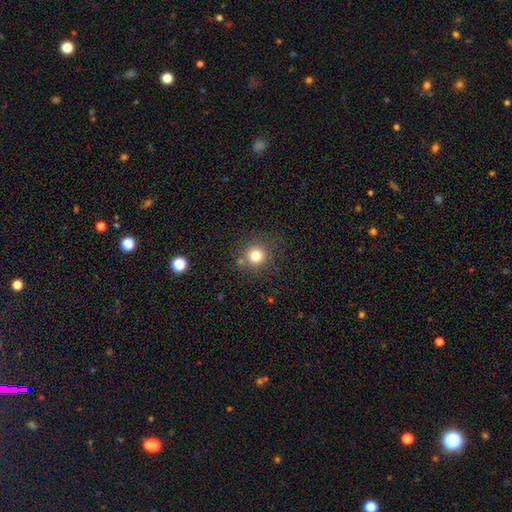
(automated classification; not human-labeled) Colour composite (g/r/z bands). It shows a smooth galaxy with no disk features (79%) that is round (93%). Merging: none (81%).